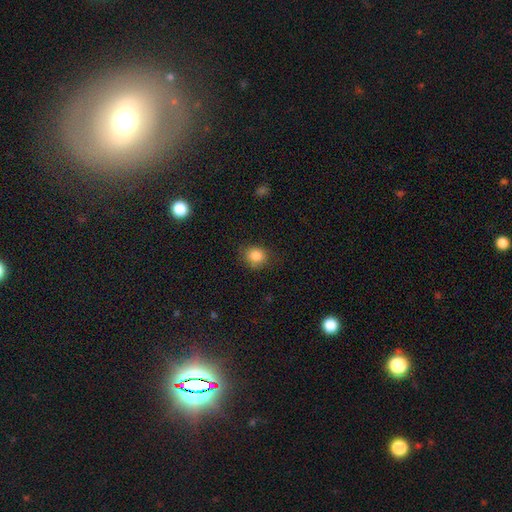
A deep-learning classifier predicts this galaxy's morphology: Smooth or featured? Predicted: smooth (p=0.86). How rounded? Predicted: round (p=0.71). Merging? Predicted: none (p=0.76).